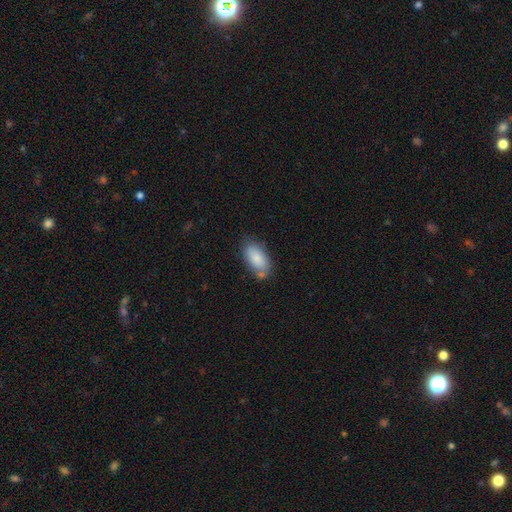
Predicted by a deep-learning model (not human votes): This is clearly a smooth galaxy (82%). How rounded: clearly in between (93%). Merging: likely none (69%).